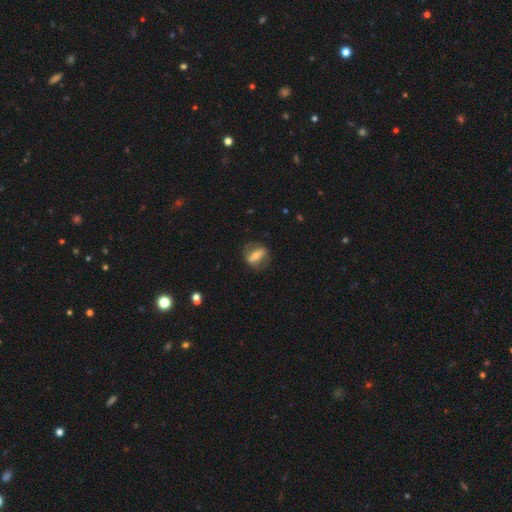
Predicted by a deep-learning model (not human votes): A featured or disk galaxy (59%) with a strong bar (65%), no spiral arms (52%) and a moderate central bulge (49%). Merging: none (73%).